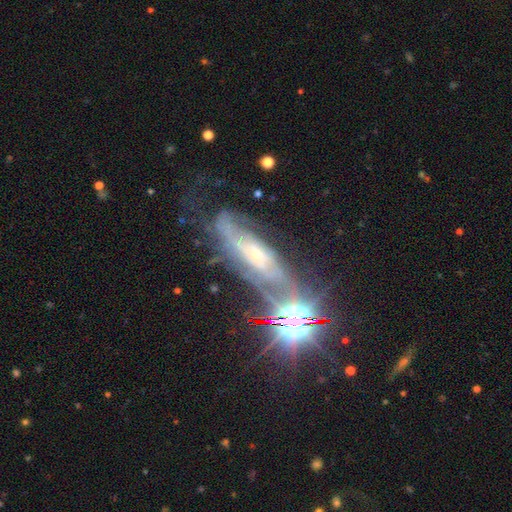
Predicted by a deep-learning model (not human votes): Smooth or featured? Predicted: featured or disk (p=0.69). Edge-on disk? Predicted: no (p=0.75). Bar? Predicted: no (p=0.57). Spiral arms? Predicted: yes (p=0.87). Bulge size? Predicted: small (p=0.58). Merging? Predicted: none (p=0.54).